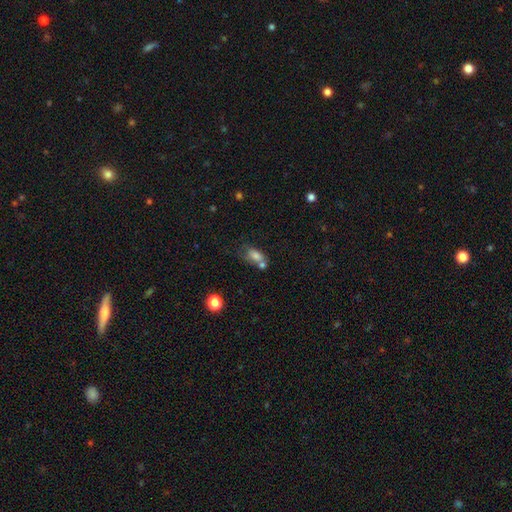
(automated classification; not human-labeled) Q: Smooth or featured?
A: smooth (75%); runner-up: featured or disk (14%)
Q: How rounded?
A: in between (83%); runner-up: round (11%)
Q: Merging?
A: none (37%); runner-up: merger (36%)